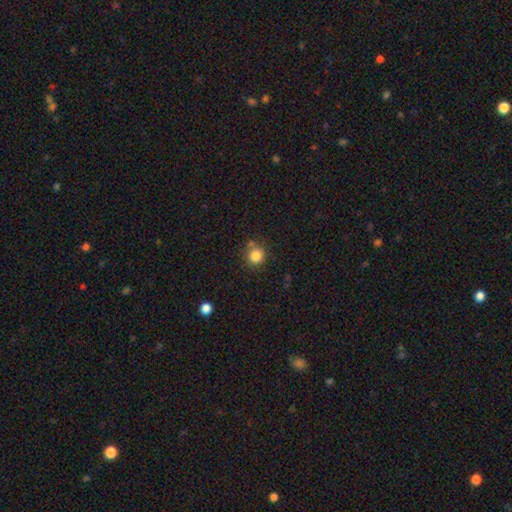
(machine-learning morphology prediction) This appears to be a smooth galaxy with no disk features (84%) that is round (90%). Merging: none (76%).